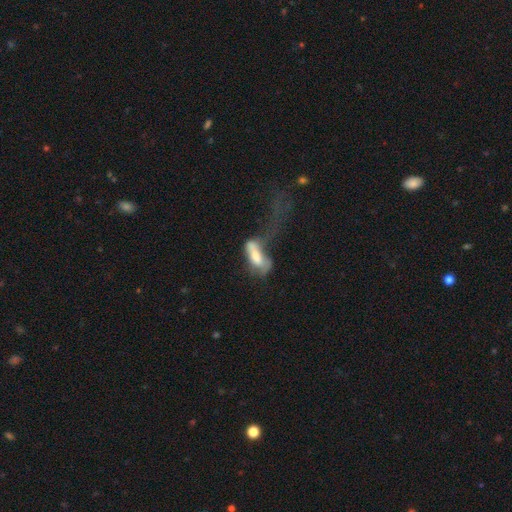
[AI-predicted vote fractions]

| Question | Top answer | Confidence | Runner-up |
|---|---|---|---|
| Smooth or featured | smooth | 57% | featured or disk (34%) |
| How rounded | in between | 70% | cigar-shaped (26%) |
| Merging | major disturbance | 53% | merger (19%) |